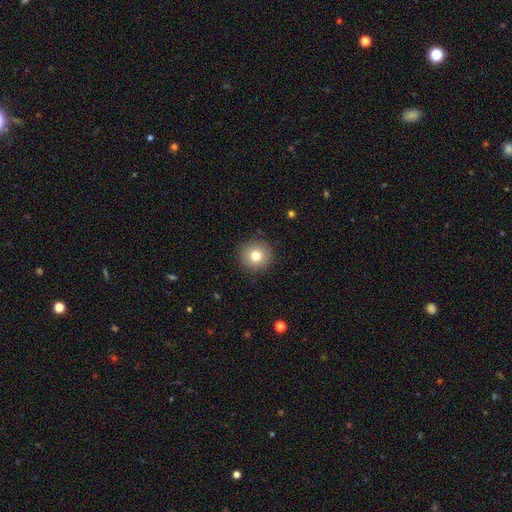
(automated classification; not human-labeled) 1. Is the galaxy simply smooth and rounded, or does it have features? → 79% smooth, 11% star or artifact, 11% featured or disk.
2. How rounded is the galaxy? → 95% round, 4% in between, 1% cigar-shaped.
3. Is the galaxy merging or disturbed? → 91% none, 6% minor disturbance, 2% major disturbance, 1% merger.